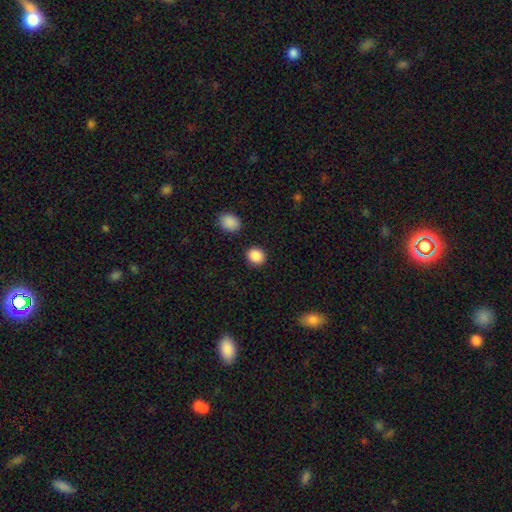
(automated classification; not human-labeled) Morphology: type=smooth (89%); roundness=round (73%); merging=none (88%).